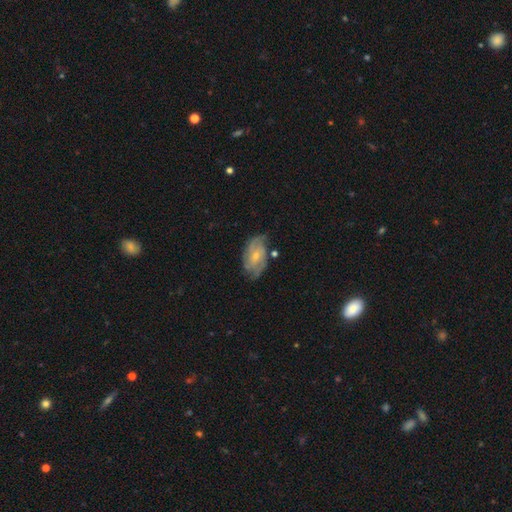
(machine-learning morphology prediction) Smooth or featured: featured or disk — 73% (smooth — 21%)
Edge-on disk: no — 96% (yes — 4%)
Bar: no — 55% (weak — 38%)
Spiral arms: yes — 89% (no — 11%)
Spiral winding: medium — 42% (tied with tight — 42%)
Spiral arm count: 2 — 52% (can't tell — 26%)
Bulge size: small — 65% (moderate — 30%)
Merging: none — 63% (minor disturbance — 24%)